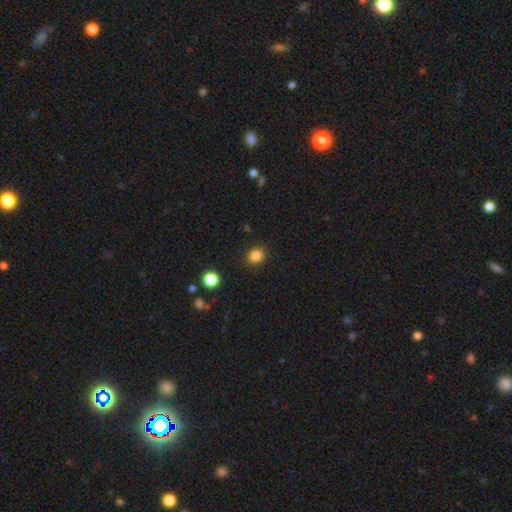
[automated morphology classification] This appears to be a smooth galaxy with no disk features (84%) that is round (72%). Merging: none (88%).